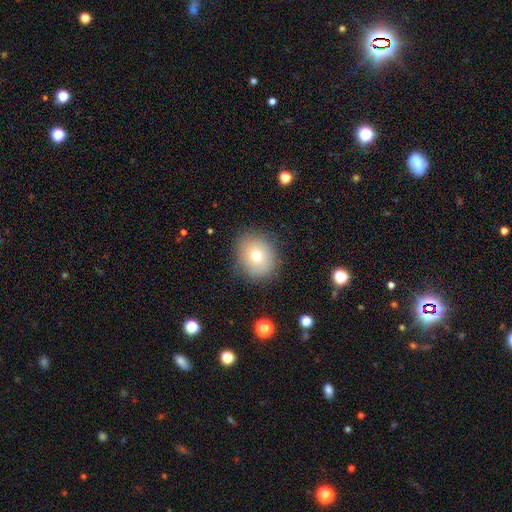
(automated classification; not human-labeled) Overall: smooth (73%). How rounded: round (75%). Merging: none (85%).